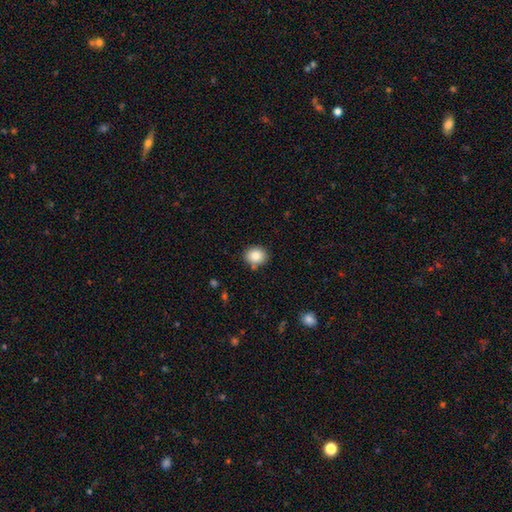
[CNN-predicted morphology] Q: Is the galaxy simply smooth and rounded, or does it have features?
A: smooth — 85%.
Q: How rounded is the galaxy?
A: round — 70%.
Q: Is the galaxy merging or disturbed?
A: none — 84%.